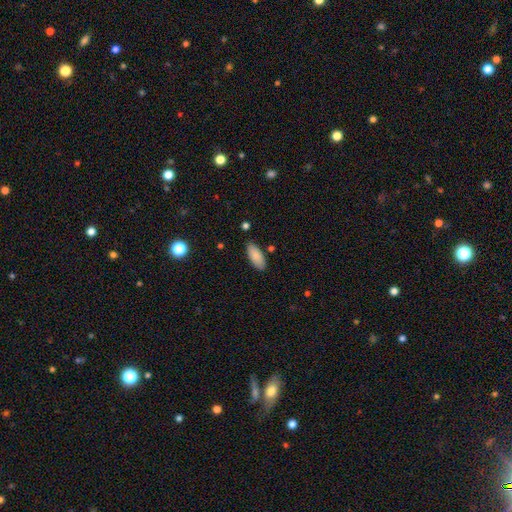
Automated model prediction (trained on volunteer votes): A smooth galaxy with no disk features (87%) that is in between round and cigar-shaped (85%).

Vote fractions:
- Smooth or featured? smooth: 87% / featured or disk: 7% / star or artifact: 6%
- How rounded? in between: 85% / cigar-shaped: 13% / round: 2%
- Merging? none: 84% / minor disturbance: 11% / merger: 2% / major disturbance: 2%